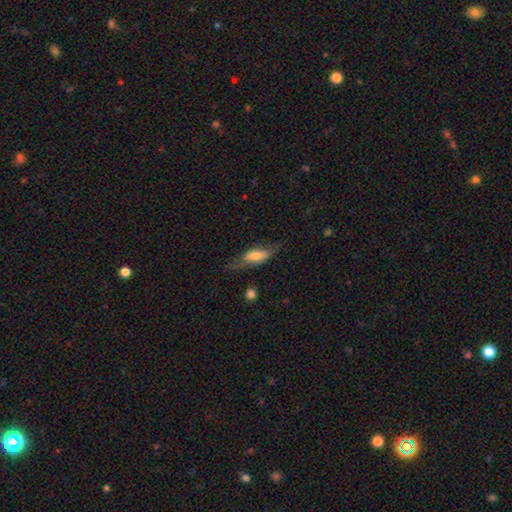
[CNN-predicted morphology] This appears to be a smooth galaxy with no disk features (47%). Merging: none (53%).